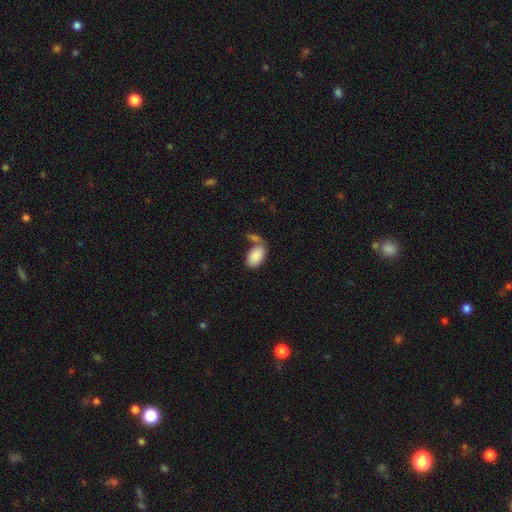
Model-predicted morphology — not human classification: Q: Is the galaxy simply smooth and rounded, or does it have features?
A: smooth — 87%.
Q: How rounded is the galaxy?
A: in between — 94%.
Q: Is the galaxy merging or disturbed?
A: none — 50%.